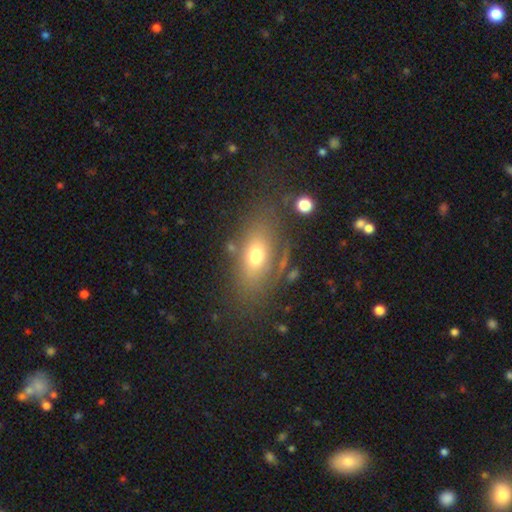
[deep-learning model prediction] Smooth or featured? Predicted: smooth (p=0.66). How rounded? Predicted: in between (p=0.80). Merging? Predicted: none (p=0.72).